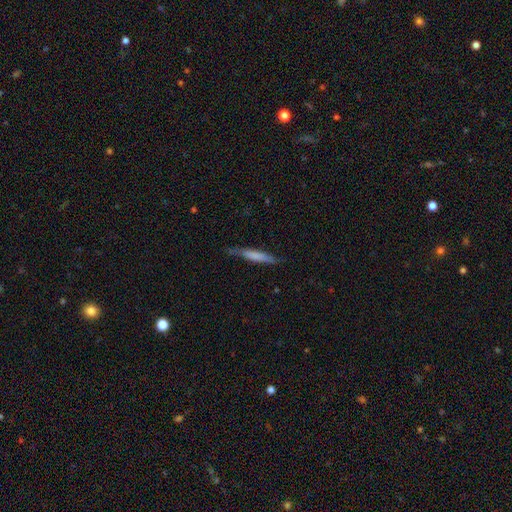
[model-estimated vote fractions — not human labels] This appears to be a smooth galaxy with no disk features (62%) that is cigar-shaped (92%). Merging: none (77%).